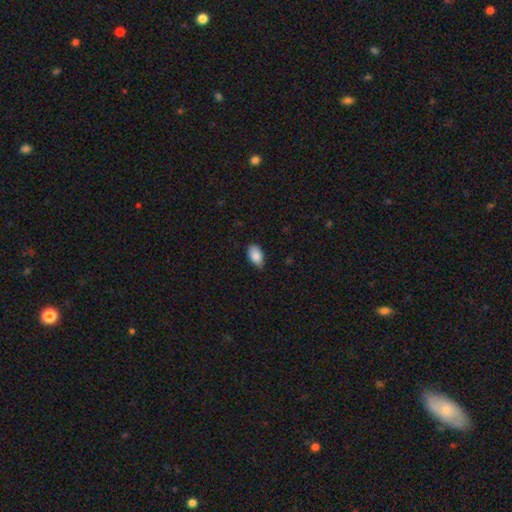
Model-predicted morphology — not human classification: Smooth or featured: smooth — 87% (star or artifact — 7%)
How rounded: in between — 93% (round — 5%)
Merging: none — 71% (minor disturbance — 25%)